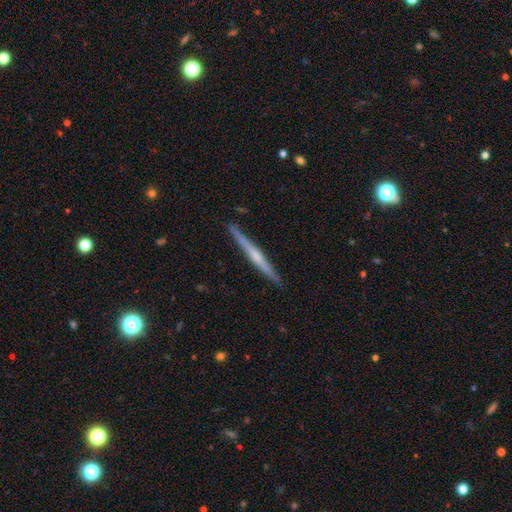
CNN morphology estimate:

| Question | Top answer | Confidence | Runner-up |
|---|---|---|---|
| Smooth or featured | featured or disk | 67% | smooth (28%) |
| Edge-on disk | yes | 98% | no (2%) |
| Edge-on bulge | rounded | 54% | none (37%) |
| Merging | none | 91% | minor disturbance (7%) |